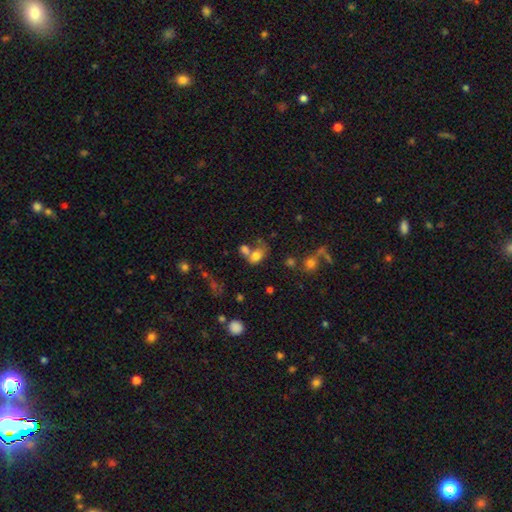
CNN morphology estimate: Smooth or featured?
  - smooth: 73% *
  - featured or disk: 14%
  - star or artifact: 13%
How rounded?
  - in between: 72% *
  - round: 26%
  - cigar-shaped: 2%
Merging?
  - merger: 45% *
  - none: 32%
  - minor disturbance: 13%
  - major disturbance: 9%